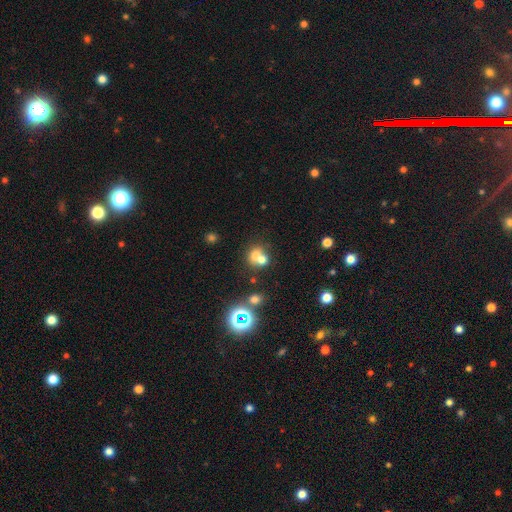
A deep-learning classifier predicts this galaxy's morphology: type=smooth (64%); roundness=round (74%); merging=merger (55%).